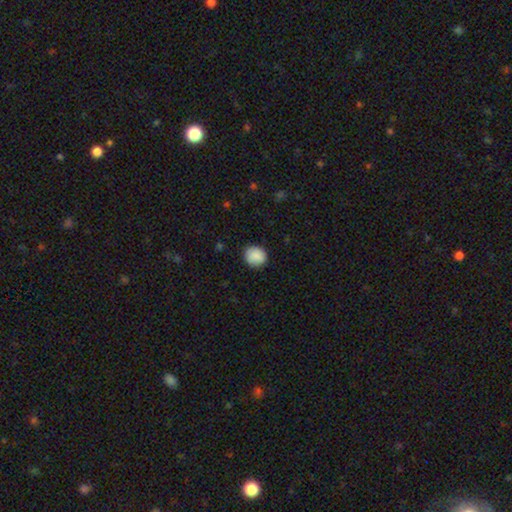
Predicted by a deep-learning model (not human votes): smooth 89%, star or artifact 7%, featured or disk 4%. Down the decision tree: how rounded — round (81%); merging — none (87%).